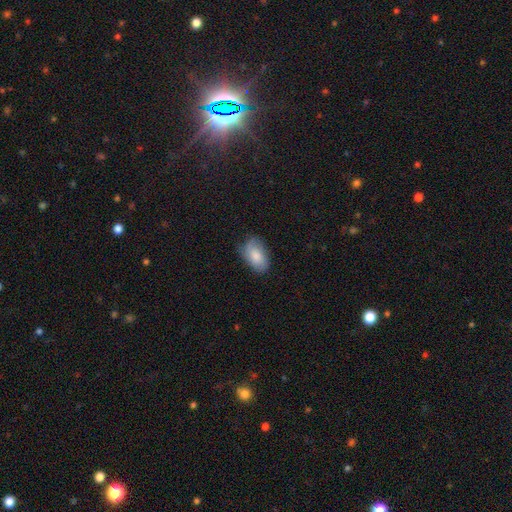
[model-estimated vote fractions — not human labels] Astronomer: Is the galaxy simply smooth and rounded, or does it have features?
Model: smooth — 78%.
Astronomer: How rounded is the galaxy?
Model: in between — 93%.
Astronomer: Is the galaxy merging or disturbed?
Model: none — 71%.